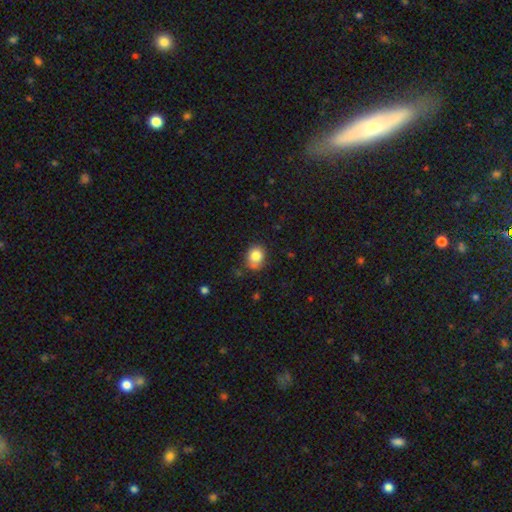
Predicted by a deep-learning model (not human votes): This appears to be a smooth galaxy with no disk features (82%) that is round (64%). Merging: none (65%).